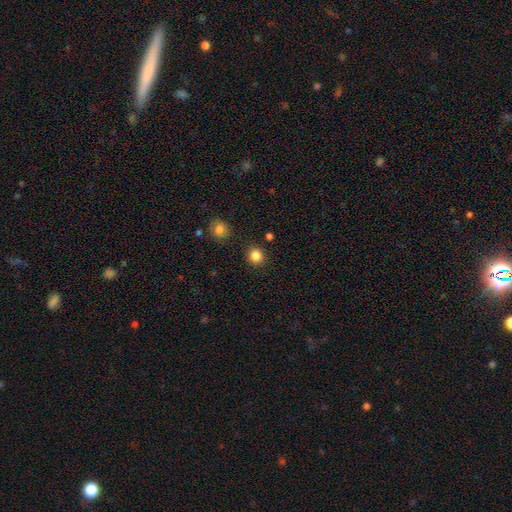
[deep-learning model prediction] smooth 85%, star or artifact 11%, featured or disk 4%. Down the decision tree: how rounded — round (88%); merging — none (88%).